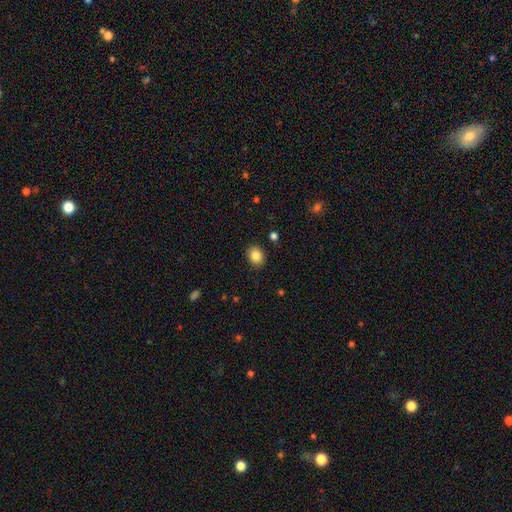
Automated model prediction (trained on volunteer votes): Smooth or featured: smooth — 84% (star or artifact — 9%)
How rounded: round — 55% (in between — 44%)
Merging: none — 89% (minor disturbance — 8%)